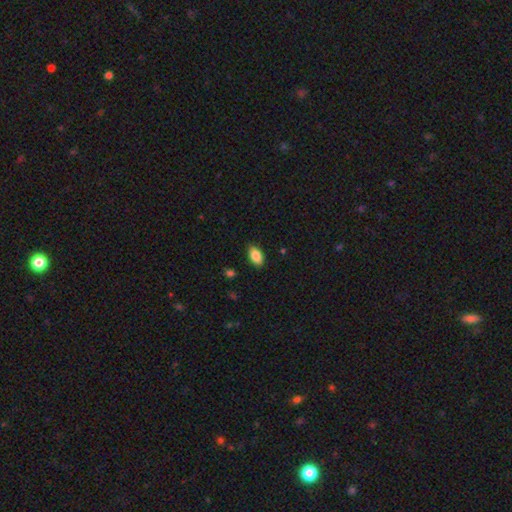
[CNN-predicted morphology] smooth 88%, star or artifact 7%, featured or disk 5%. Down the decision tree: how rounded — in between (92%); merging — none (86%).